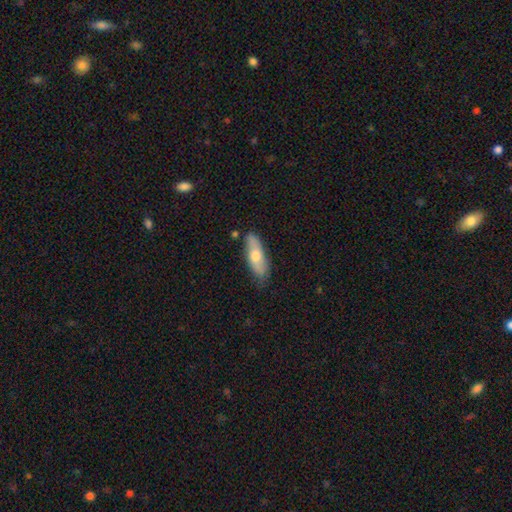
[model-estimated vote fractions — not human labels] This is likely a smooth galaxy (61%). How rounded: likely in between (60%). Merging: likely none (75%).